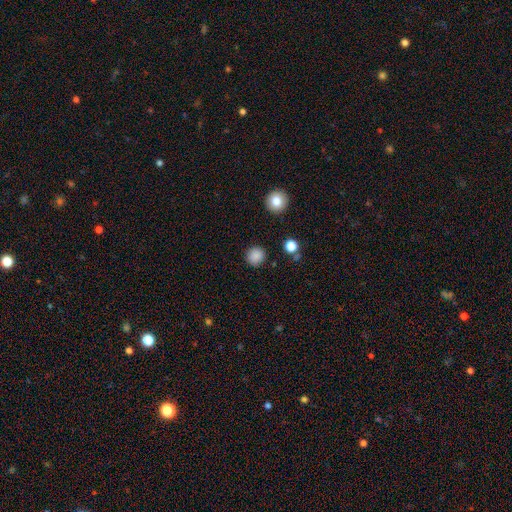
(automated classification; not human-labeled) This is clearly a smooth galaxy (86%). How rounded: clearly round (93%). Merging: clearly none (88%).